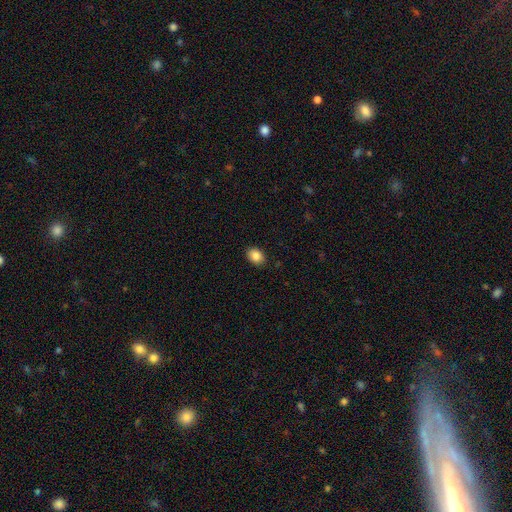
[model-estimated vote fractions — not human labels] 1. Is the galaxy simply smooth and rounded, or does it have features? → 87% smooth, 8% star or artifact, 5% featured or disk.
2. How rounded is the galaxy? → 71% in between, 28% round, 1% cigar-shaped.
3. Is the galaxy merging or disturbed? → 89% none, 8% minor disturbance, 2% major disturbance, 1% merger.